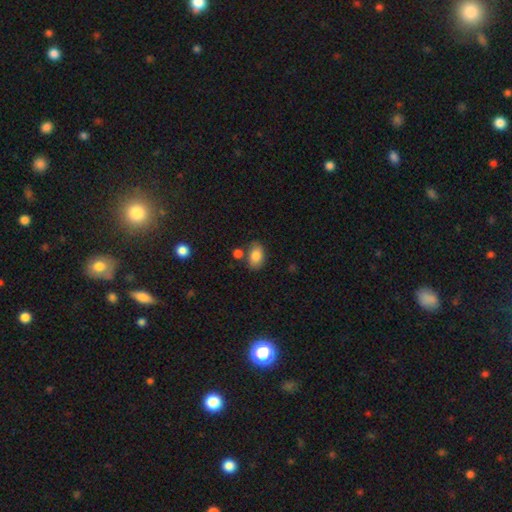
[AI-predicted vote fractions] smooth-or-featured: smooth: 85% | star or artifact: 8% | featured or disk: 7%
  how-rounded: in between: 86% | round: 13% | cigar-shaped: 1%
  merging: none: 72% | minor disturbance: 15% | merger: 10% | major disturbance: 4%